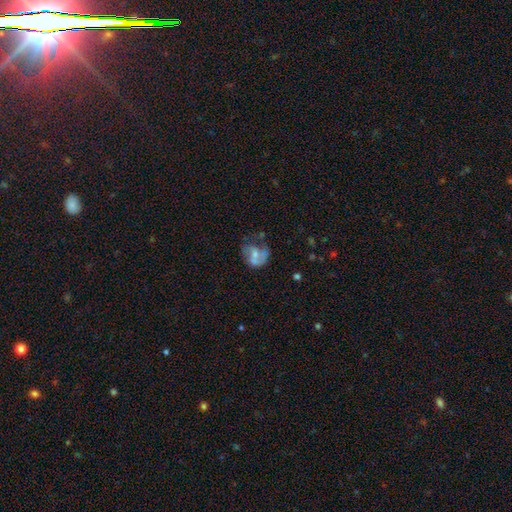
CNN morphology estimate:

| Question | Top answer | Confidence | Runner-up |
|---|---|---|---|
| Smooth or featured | featured or disk | 54% | smooth (37%) |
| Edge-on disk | no | 98% | yes (2%) |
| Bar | no | 65% | weak (28%) |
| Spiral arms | yes | 58% | no (42%) |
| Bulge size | moderate | 40% | small (39%) |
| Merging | none | 33% | major disturbance (32%) |